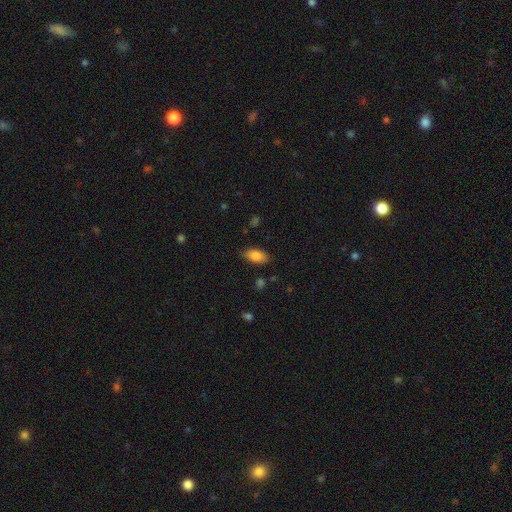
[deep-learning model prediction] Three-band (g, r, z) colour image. It shows a smooth galaxy with no disk features (84%) that is in between round and cigar-shaped (92%). Merging: none (83%).